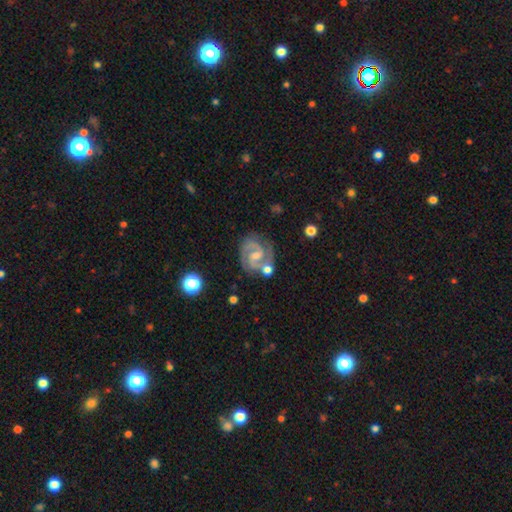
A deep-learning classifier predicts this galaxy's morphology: type=featured or disk (87%); edge-on=no (98%); bar=weak (49%); spiral arms=yes (97%); winding=medium (50%); arm count=2 (88%); bulge=small (50%); merging=none (70%).